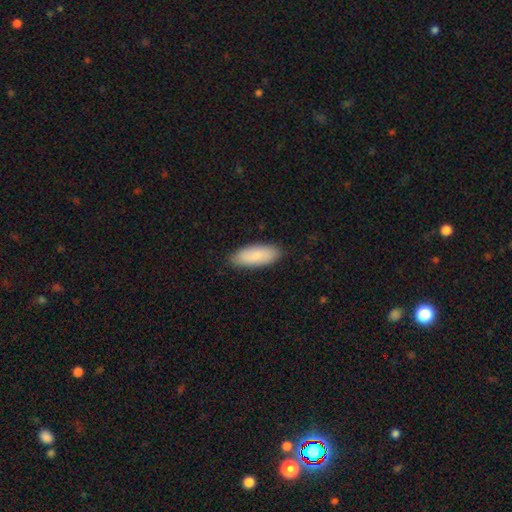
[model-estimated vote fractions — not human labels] smooth 85%, featured or disk 9%, star or artifact 5%. Down the decision tree: how rounded — in between (77%); merging — none (87%).